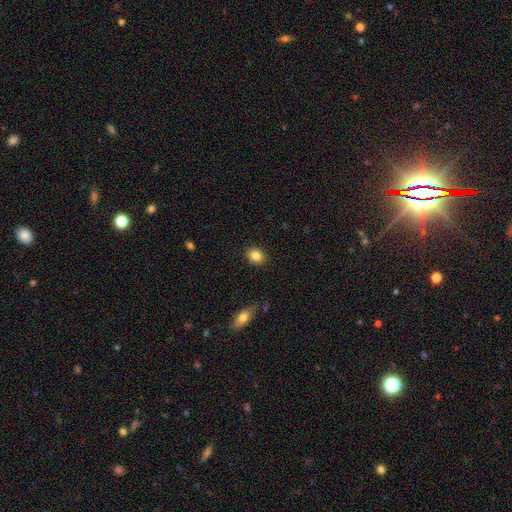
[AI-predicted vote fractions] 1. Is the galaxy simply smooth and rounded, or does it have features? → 85% smooth, 9% star or artifact, 6% featured or disk.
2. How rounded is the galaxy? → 51% in between, 48% round, 1% cigar-shaped.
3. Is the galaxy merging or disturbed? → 89% none, 8% minor disturbance, 2% major disturbance, 1% merger.